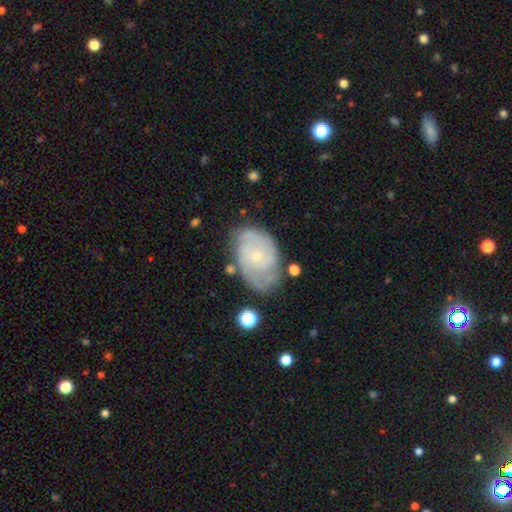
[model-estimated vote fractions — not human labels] featured or disk 74%, smooth 20%, star or artifact 6%. Down the decision tree: edge-on disk — no (97%); bar — no (70%); spiral arms — yes (88%); spiral arm count — 2 (41%); spiral winding — tight (57%); bulge size — small (74%); merging — none (64%).